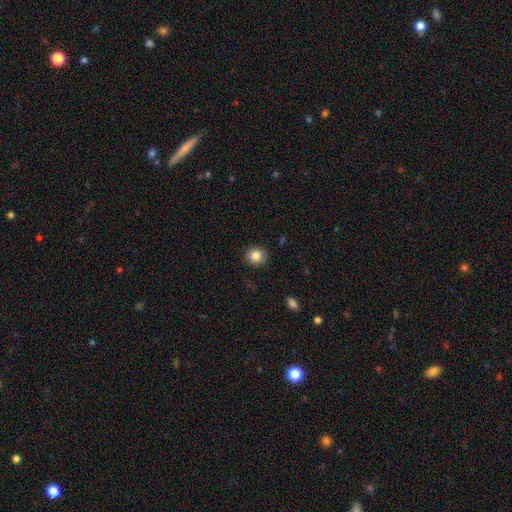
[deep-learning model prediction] Smooth or featured?
  - smooth: 84% *
  - star or artifact: 10%
  - featured or disk: 6%
How rounded?
  - round: 86% *
  - in between: 13%
  - cigar-shaped: 1%
Merging?
  - none: 90% *
  - minor disturbance: 7%
  - major disturbance: 2%
  - merger: 1%